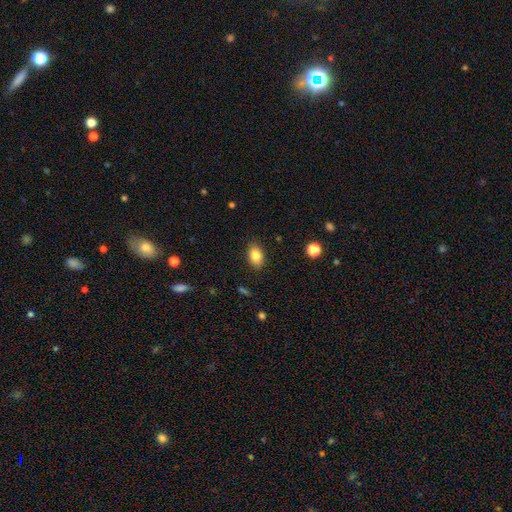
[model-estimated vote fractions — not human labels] The model was most divided on "how rounded": in between: 87%, round: 12%, cigar-shaped: 2%. More confident: merging — none (87%); smooth or featured — smooth (84%).